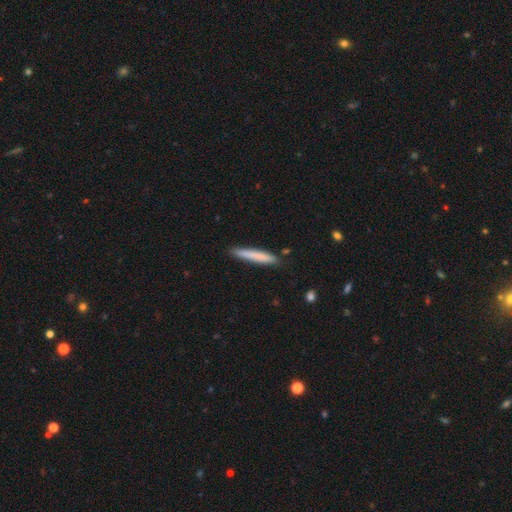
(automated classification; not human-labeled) A smooth galaxy with no disk features (77%) that is cigar-shaped (95%).

Vote fractions:
- Smooth or featured? smooth: 77% / featured or disk: 17% / star or artifact: 6%
- How rounded? cigar-shaped: 95% / in between: 4% / round: 1%
- Merging? none: 86% / minor disturbance: 10% / merger: 2% / major disturbance: 2%